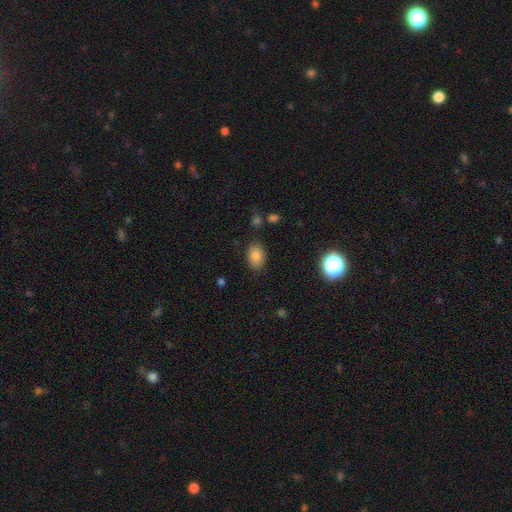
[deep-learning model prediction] smooth 82%, star or artifact 10%, featured or disk 7%. Down the decision tree: how rounded — in between (81%); merging — none (84%).